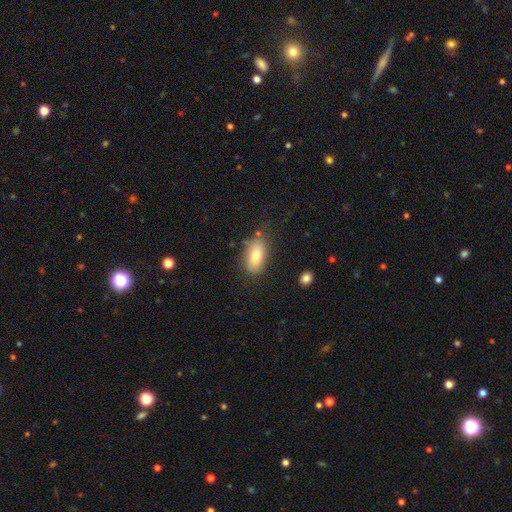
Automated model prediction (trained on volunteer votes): A smooth galaxy with no disk features (77%) that is in between round and cigar-shaped (90%). Merging: none (75%).